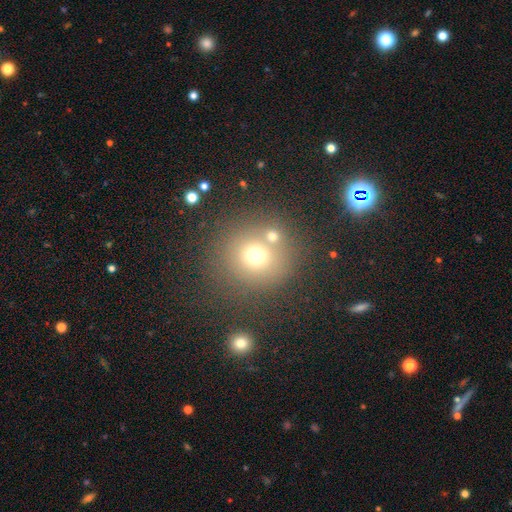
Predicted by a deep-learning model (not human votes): smooth-or-featured: smooth: 69% | star or artifact: 18% | featured or disk: 13%
  how-rounded: round: 90% | in between: 9% | cigar-shaped: 1%
  merging: none: 68% | merger: 18% | minor disturbance: 9% | major disturbance: 5%